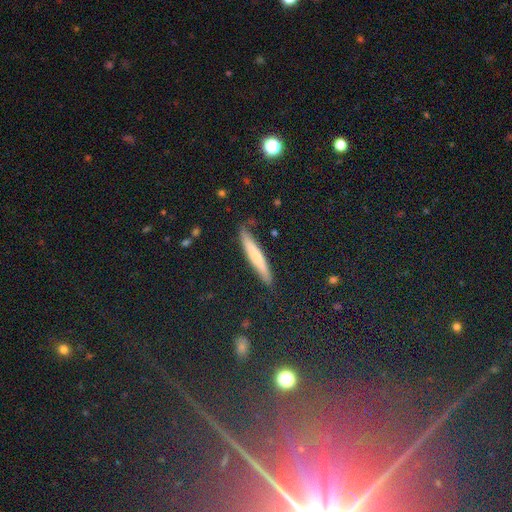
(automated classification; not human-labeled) Overall: smooth (56%; featured or disk 31%). How rounded: cigar-shaped (92%). Merging: none (85%).